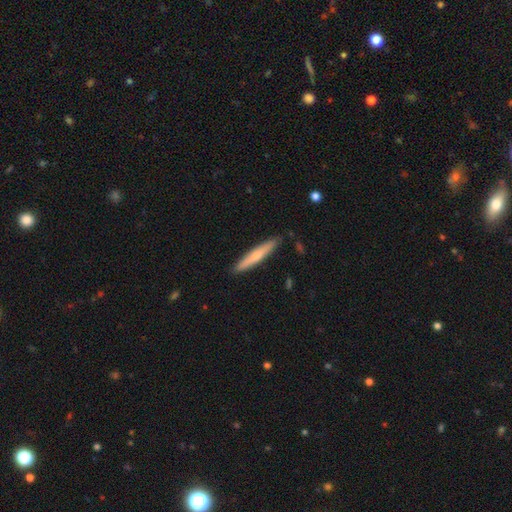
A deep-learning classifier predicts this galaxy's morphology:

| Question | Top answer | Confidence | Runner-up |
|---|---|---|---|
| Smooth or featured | smooth | 63% | featured or disk (31%) |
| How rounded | cigar-shaped | 93% | in between (5%) |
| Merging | none | 89% | minor disturbance (8%) |